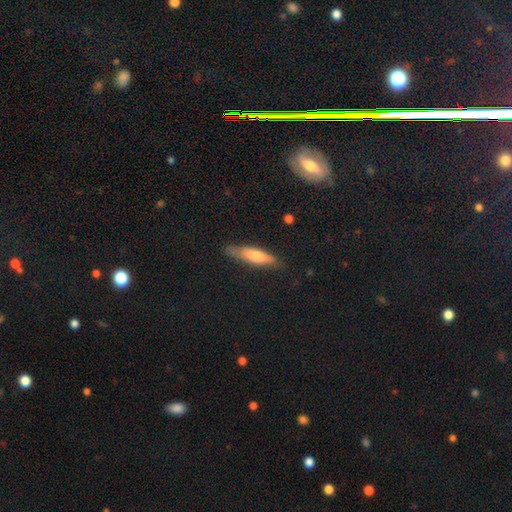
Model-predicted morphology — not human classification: A smooth galaxy with no disk features (63%) that is cigar-shaped (75%).

Vote fractions:
- Smooth or featured? smooth: 63% / featured or disk: 30% / star or artifact: 7%
- How rounded? cigar-shaped: 75% / in between: 24% / round: 2%
- Merging? none: 78% / minor disturbance: 17% / major disturbance: 3% / merger: 1%